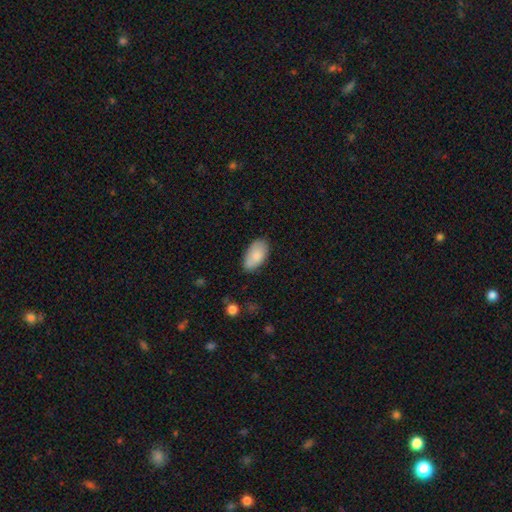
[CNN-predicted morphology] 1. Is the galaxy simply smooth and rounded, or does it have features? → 82% smooth, 12% featured or disk, 7% star or artifact.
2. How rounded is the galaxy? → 95% in between, 4% round, 2% cigar-shaped.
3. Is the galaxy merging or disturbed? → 72% none, 21% minor disturbance, 4% major disturbance, 3% merger.